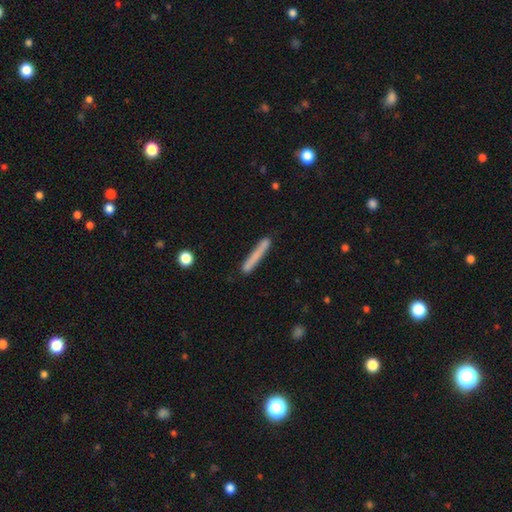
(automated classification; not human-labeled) This is likely a smooth galaxy (71%). How rounded: clearly cigar-shaped (96%). Merging: clearly none (82%).